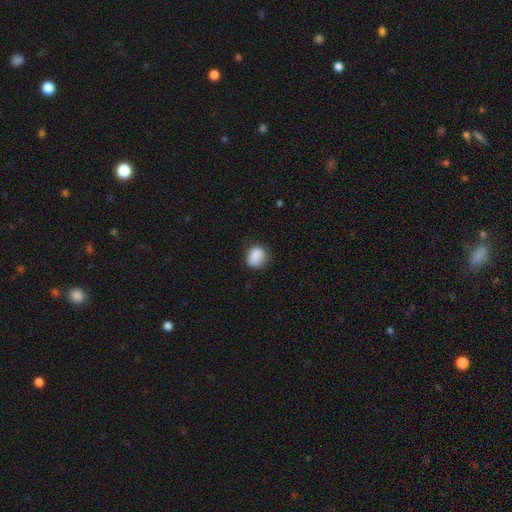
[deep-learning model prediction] smooth-or-featured: smooth: 86% | star or artifact: 8% | featured or disk: 6%
  how-rounded: round: 69% | in between: 30% | cigar-shaped: 1%
  merging: none: 75% | minor disturbance: 18% | major disturbance: 5% | merger: 1%